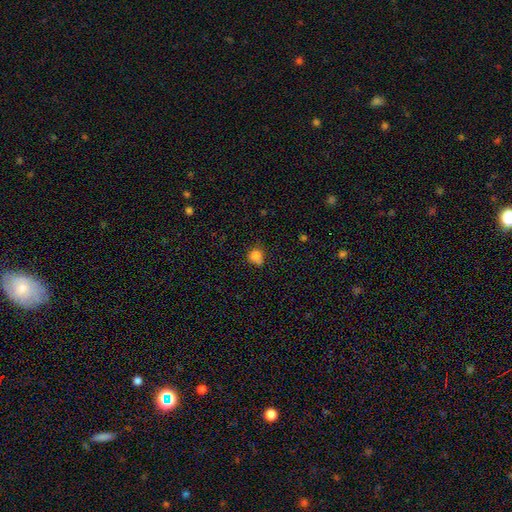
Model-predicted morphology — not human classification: smooth 81%, star or artifact 12%, featured or disk 7%. Down the decision tree: how rounded — round (81%); merging — none (60%).